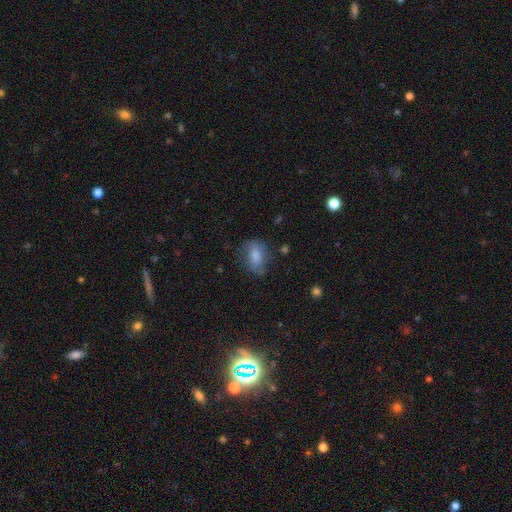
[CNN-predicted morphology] type=smooth (75%); roundness=in between (78%); merging=none (59%).